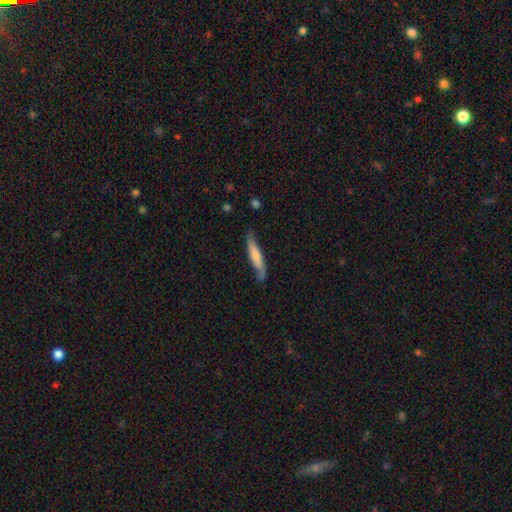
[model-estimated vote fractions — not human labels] Overall: smooth (62%; featured or disk 32%). How rounded: cigar-shaped (88%). Merging: none (64%; minor disturbance 26%).